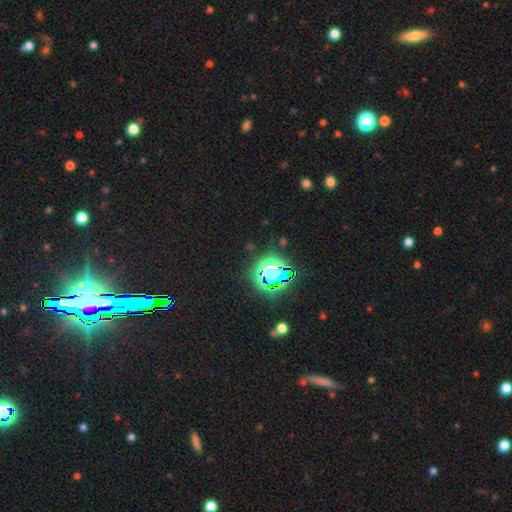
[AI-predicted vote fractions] Smooth or featured: star or artifact — 81% (smooth — 11%)